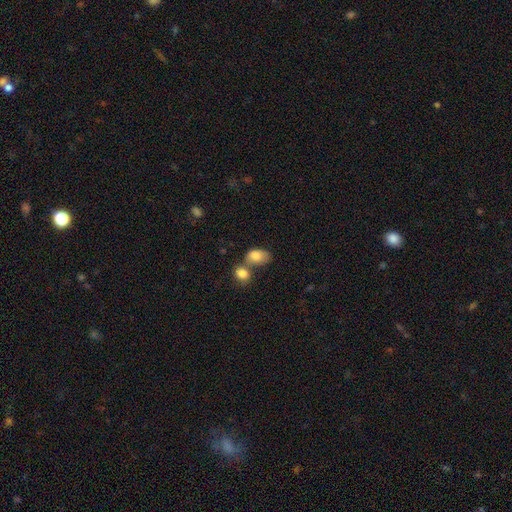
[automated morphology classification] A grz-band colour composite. It shows a smooth galaxy with no disk features (83%) that is in between round and cigar-shaped (84%). Merging: merger (49%).